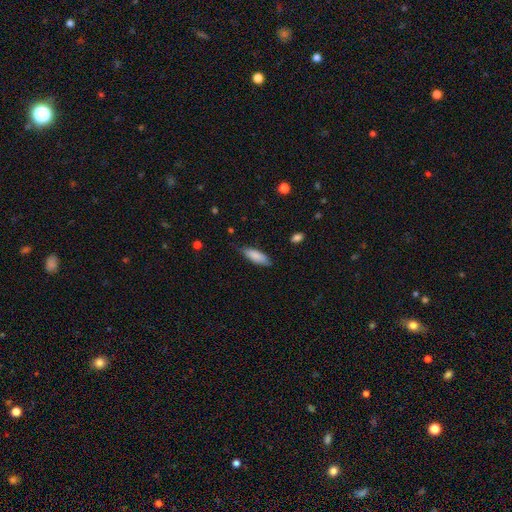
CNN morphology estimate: This is clearly a smooth galaxy (84%). How rounded: likely in between (62%). Merging: likely none (69%).